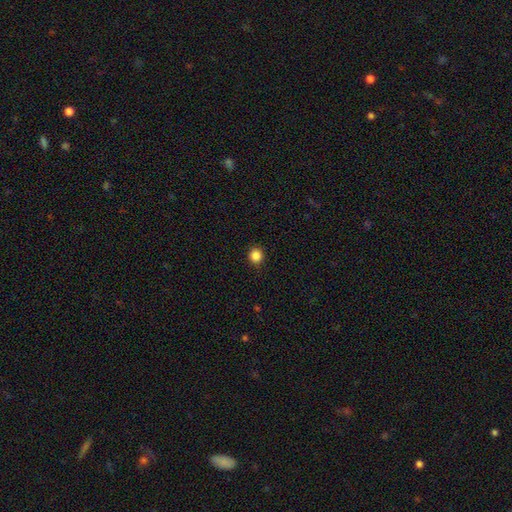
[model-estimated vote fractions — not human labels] Q: Smooth or featured?
A: smooth (86%); runner-up: star or artifact (11%)
Q: How rounded?
A: round (93%); runner-up: in between (6%)
Q: Merging?
A: none (92%); runner-up: minor disturbance (6%)